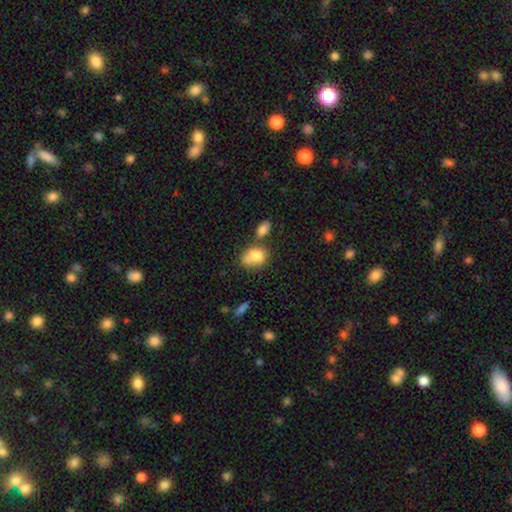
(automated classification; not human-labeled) Smooth or featured?
  - smooth: 79% *
  - featured or disk: 12%
  - star or artifact: 9%
How rounded?
  - in between: 65% *
  - round: 34%
  - cigar-shaped: 2%
Merging?
  - none: 35% *
  - merger: 32%
  - minor disturbance: 22%
  - major disturbance: 11%